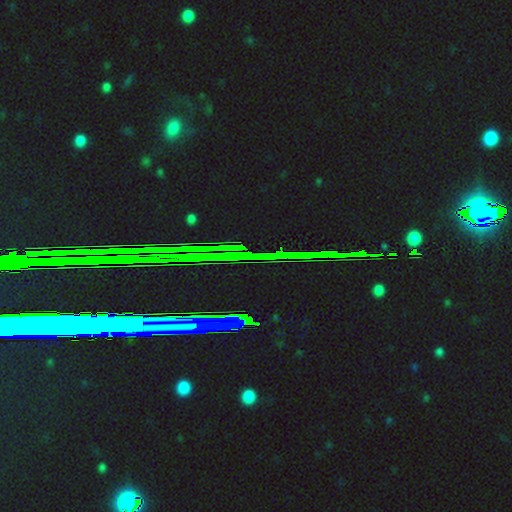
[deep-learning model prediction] Q: Smooth or featured?
A: star or artifact (84%); runner-up: featured or disk (9%)